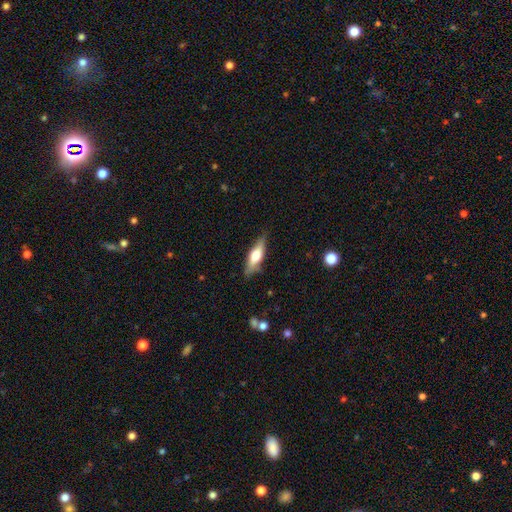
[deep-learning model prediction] This is possibly a smooth galaxy (53%). How rounded: possibly cigar-shaped (49%). Merging: likely none (79%).